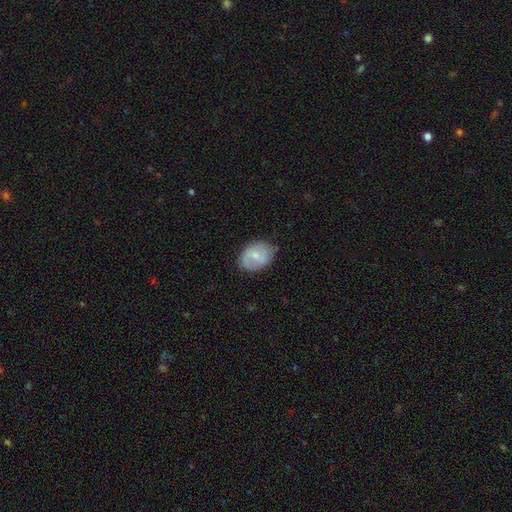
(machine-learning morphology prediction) The model was most divided on "smooth or featured": smooth: 61%, featured or disk: 33%, star or artifact: 7%. More confident: merging — none (73%); how rounded — in between (64%).